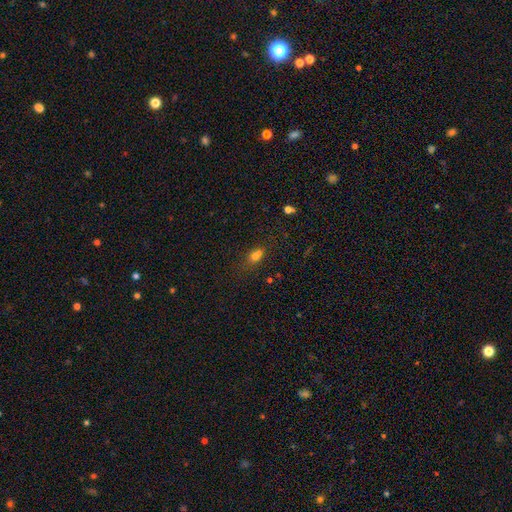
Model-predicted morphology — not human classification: Overall: smooth (68%). How rounded: round (51%; in between 45%). Merging: merger (46%; none 37%).